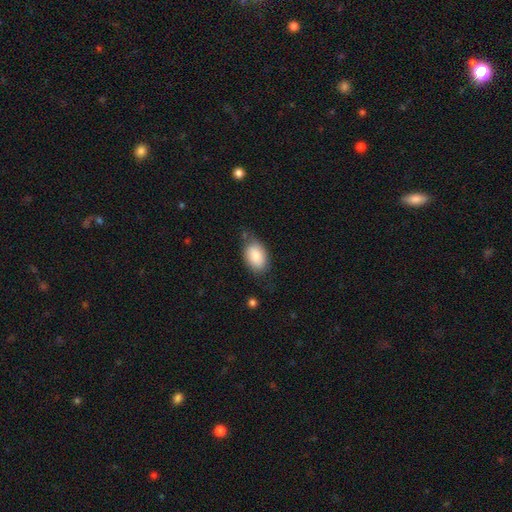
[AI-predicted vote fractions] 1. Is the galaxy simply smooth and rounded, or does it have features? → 85% smooth, 9% featured or disk, 7% star or artifact.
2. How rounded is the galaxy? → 88% in between, 11% round, 1% cigar-shaped.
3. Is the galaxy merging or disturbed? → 65% none, 26% minor disturbance, 7% major disturbance, 3% merger.